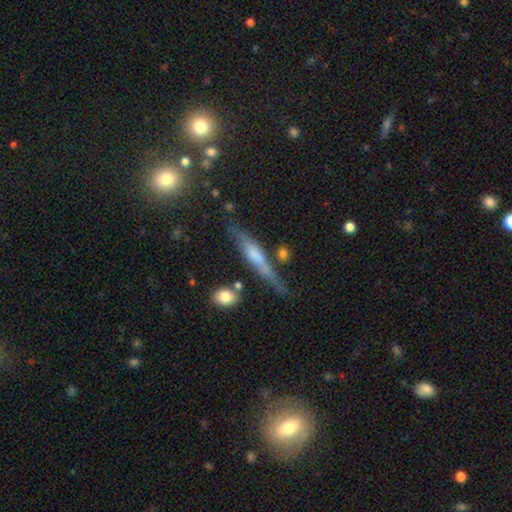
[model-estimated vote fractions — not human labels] Q: Smooth or featured?
A: featured or disk (55%); runner-up: smooth (37%)
Q: Edge-on disk?
A: yes (90%); runner-up: no (10%)
Q: Merging?
A: none (69%); runner-up: minor disturbance (19%)